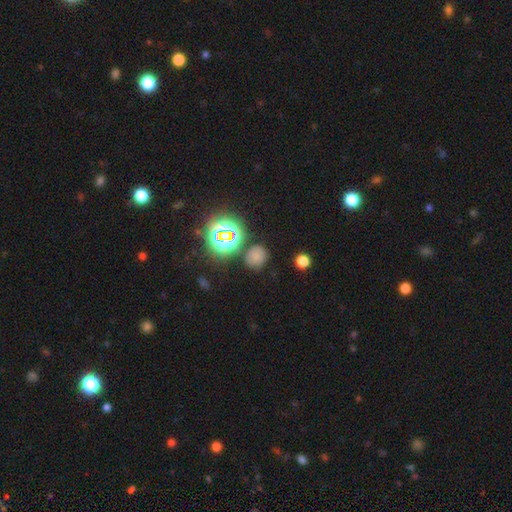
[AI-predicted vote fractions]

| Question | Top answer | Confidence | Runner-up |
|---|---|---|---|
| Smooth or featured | smooth | 63% | star or artifact (30%) |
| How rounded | round | 71% | in between (28%) |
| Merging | none | 76% | minor disturbance (13%) |